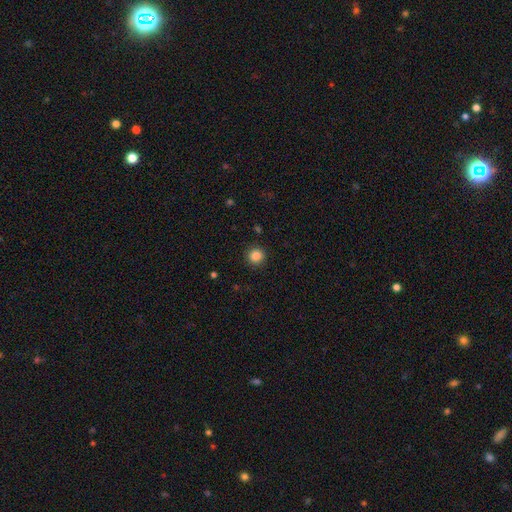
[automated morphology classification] Smooth or featured: smooth — 86% (star or artifact — 11%)
How rounded: round — 93% (in between — 6%)
Merging: none — 91% (minor disturbance — 6%)